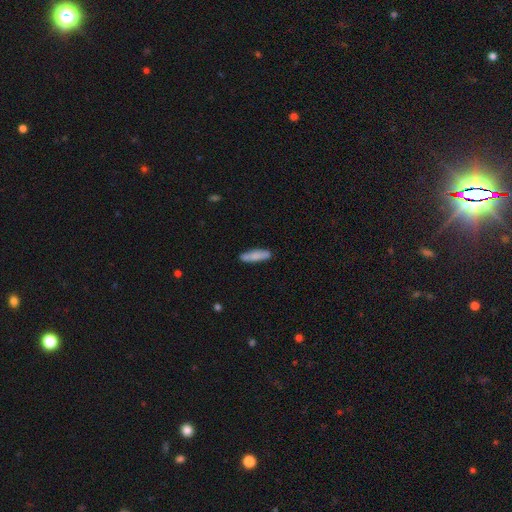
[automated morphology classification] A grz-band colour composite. It shows a smooth galaxy with no disk features (80%) that is cigar-shaped (70%). Merging: none (80%).